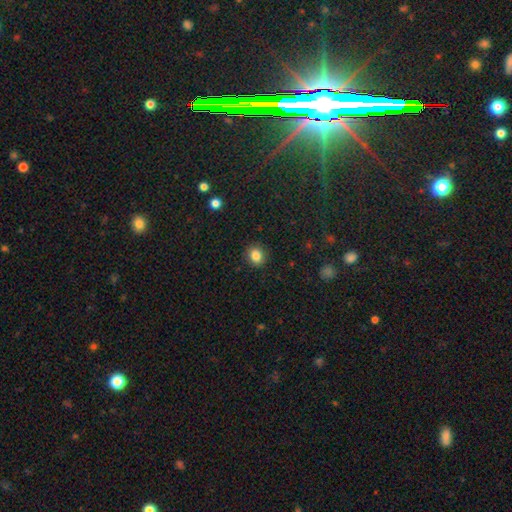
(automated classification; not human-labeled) A smooth galaxy with no disk features (84%) that is round (72%). Merging: none (90%).